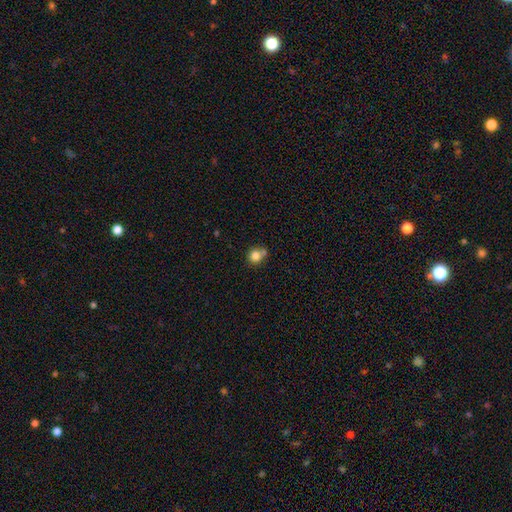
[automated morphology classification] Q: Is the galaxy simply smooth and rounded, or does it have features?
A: smooth — 82%.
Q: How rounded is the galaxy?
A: round — 86%.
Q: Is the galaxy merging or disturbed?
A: none — 54%.